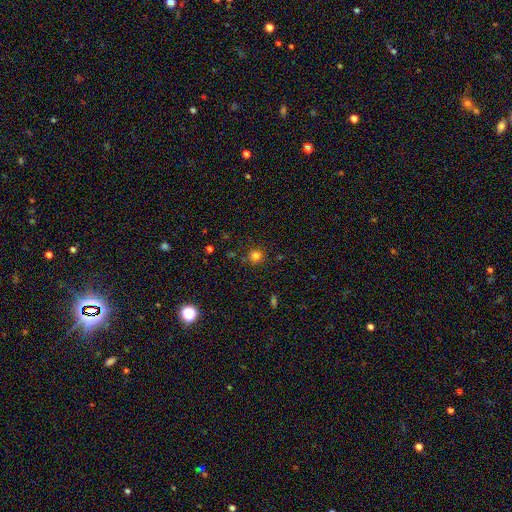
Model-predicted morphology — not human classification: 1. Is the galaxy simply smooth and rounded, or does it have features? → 79% smooth, 16% star or artifact, 5% featured or disk.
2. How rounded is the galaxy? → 92% round, 7% in between, 1% cigar-shaped.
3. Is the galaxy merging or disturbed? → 84% none, 10% minor disturbance, 3% merger, 3% major disturbance.